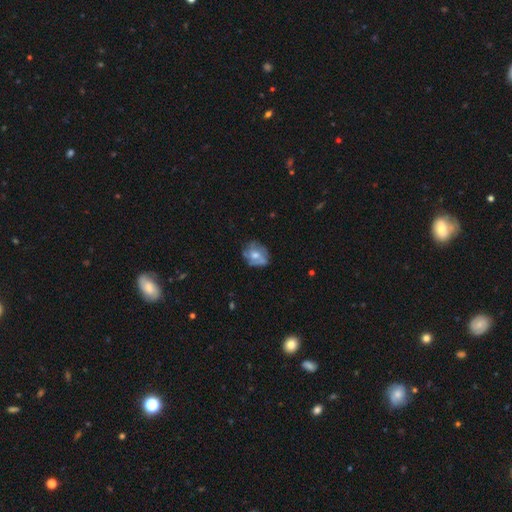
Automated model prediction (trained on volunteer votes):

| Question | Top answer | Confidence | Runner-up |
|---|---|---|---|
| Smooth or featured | featured or disk | 58% | smooth (34%) |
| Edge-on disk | no | 97% | yes (3%) |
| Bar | no | 74% | weak (22%) |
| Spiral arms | yes | 62% | no (38%) |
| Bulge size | moderate | 65% | small (22%) |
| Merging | none | 61% | minor disturbance (24%) |